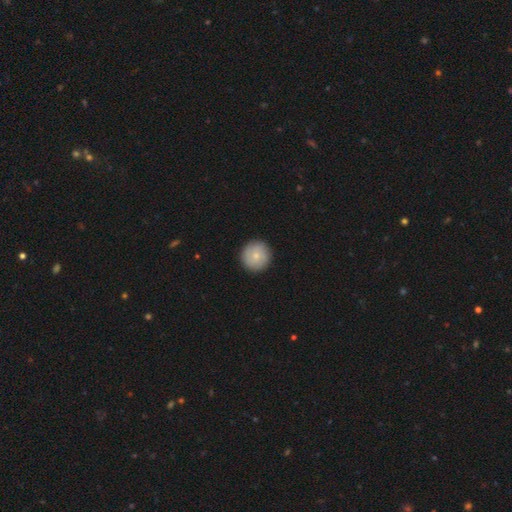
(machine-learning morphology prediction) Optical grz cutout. It shows a smooth galaxy with no disk features (73%) that is round (95%). Merging: none (91%).